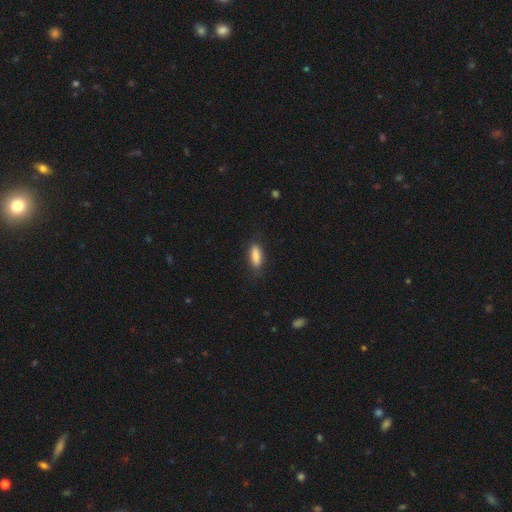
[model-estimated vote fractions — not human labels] Q: Smooth or featured?
A: smooth (85%); runner-up: featured or disk (8%)
Q: How rounded?
A: in between (66%); runner-up: cigar-shaped (32%)
Q: Merging?
A: none (79%); runner-up: minor disturbance (16%)